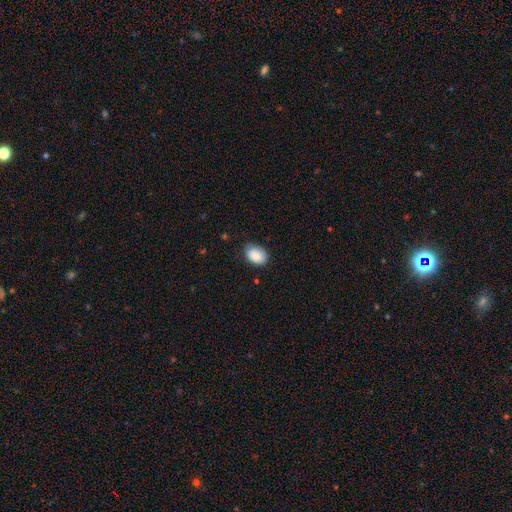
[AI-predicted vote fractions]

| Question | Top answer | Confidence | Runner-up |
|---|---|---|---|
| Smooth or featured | smooth | 87% | star or artifact (7%) |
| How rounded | in between | 75% | round (24%) |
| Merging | none | 76% | minor disturbance (20%) |